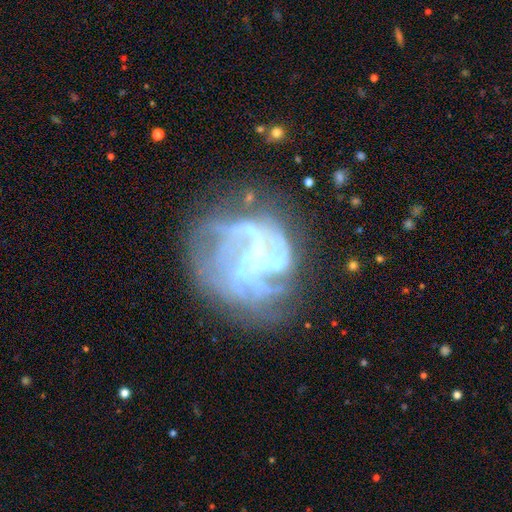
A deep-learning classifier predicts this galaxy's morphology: A featured or disk galaxy (76%) with no bar (62%), medium (38%) spiral arms (72%) and no central bulge (49%). Merging: none (49%).